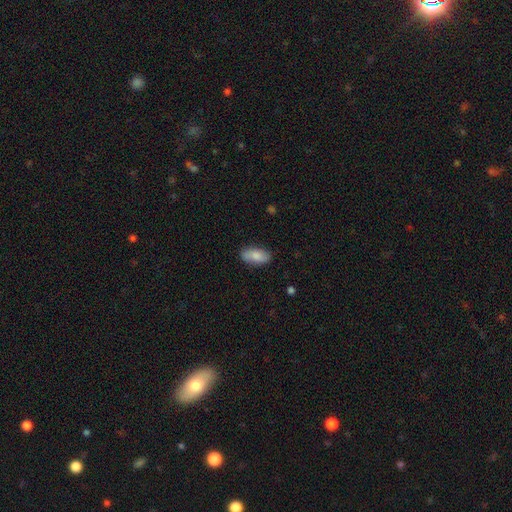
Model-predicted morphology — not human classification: Smooth or featured? Predicted: smooth (p=0.80). How rounded? Predicted: in between (p=0.89). Merging? Predicted: none (p=0.76).